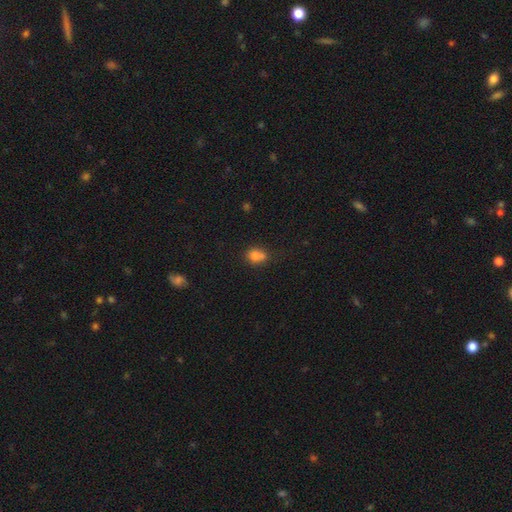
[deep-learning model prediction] The model was most divided on "merging" (2-way tie): none: 39%, merger: 39%, minor disturbance: 16%, major disturbance: 6%. More confident: smooth or featured — smooth (77%); how rounded — round (60%).